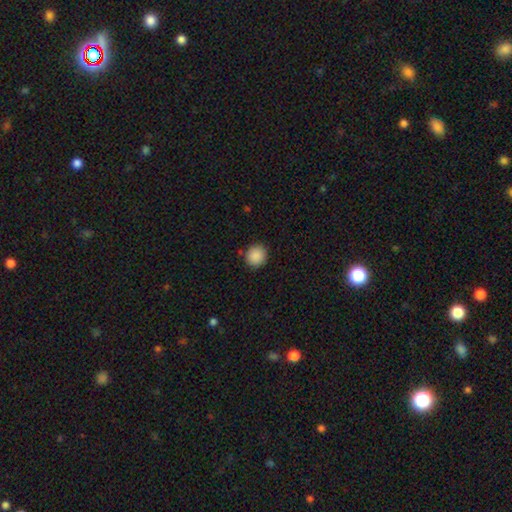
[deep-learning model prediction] Smooth or featured? smooth (89%)
How rounded? round (91%)
Merging? none (89%)